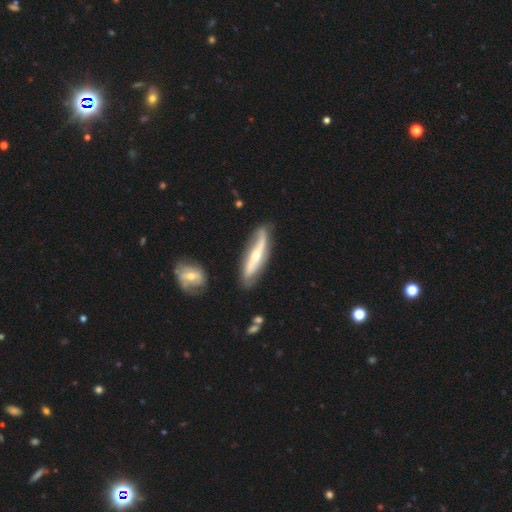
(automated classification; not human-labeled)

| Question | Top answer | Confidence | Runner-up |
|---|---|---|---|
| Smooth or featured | featured or disk | 72% | smooth (23%) |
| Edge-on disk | no | 54% | yes (46%) |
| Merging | none | 71% | minor disturbance (19%) |